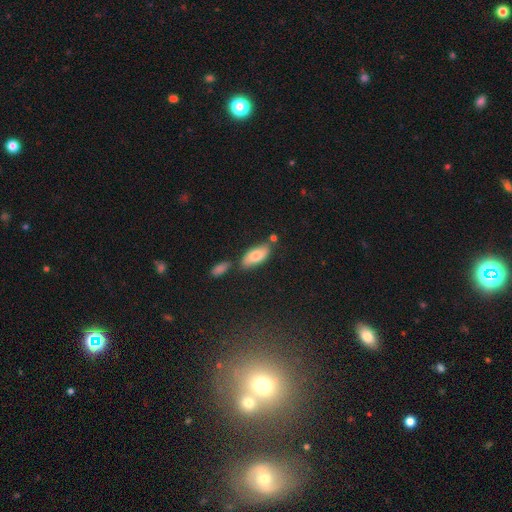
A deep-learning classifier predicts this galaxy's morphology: Smooth or featured?
  - smooth: 74% *
  - featured or disk: 18%
  - star or artifact: 8%
How rounded?
  - in between: 85% *
  - cigar-shaped: 13%
  - round: 2%
Merging?
  - none: 66% *
  - minor disturbance: 16%
  - merger: 13%
  - major disturbance: 4%